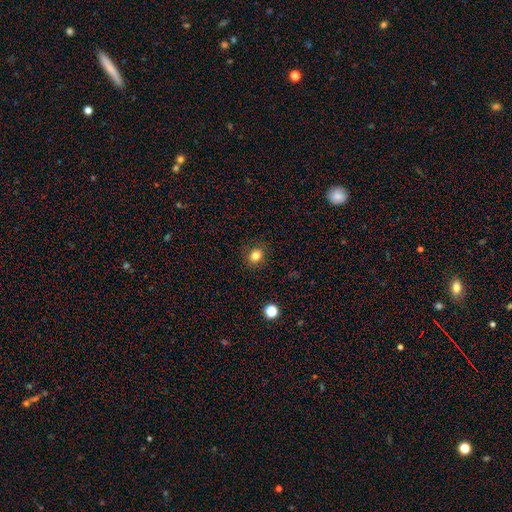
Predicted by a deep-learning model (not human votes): The model was most divided on "how rounded": round: 70%, in between: 29%, cigar-shaped: 1%. More confident: merging — none (88%); smooth or featured — smooth (82%).